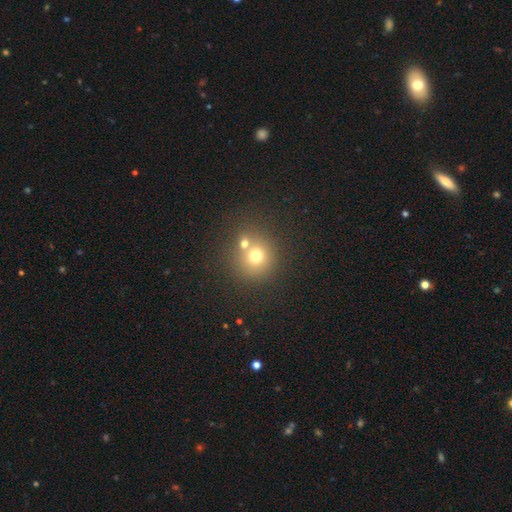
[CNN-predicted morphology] Overall: smooth (70%). How rounded: round (89%). Merging: none (56%; merger 33%).